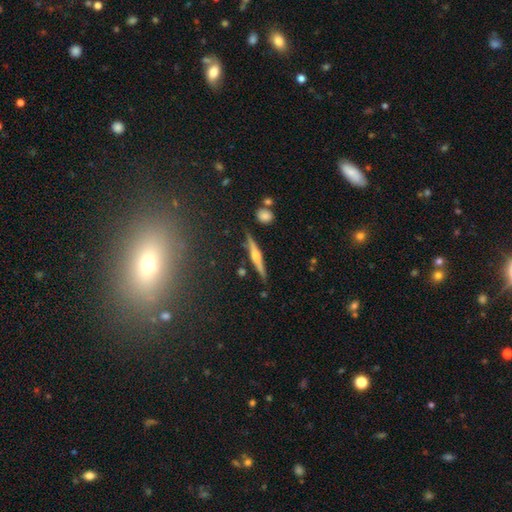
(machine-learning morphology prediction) This appears to be a featured or disk galaxy (68%) viewed edge-on (97%) with a rounded central bulge (84%). Merging: none (84%).